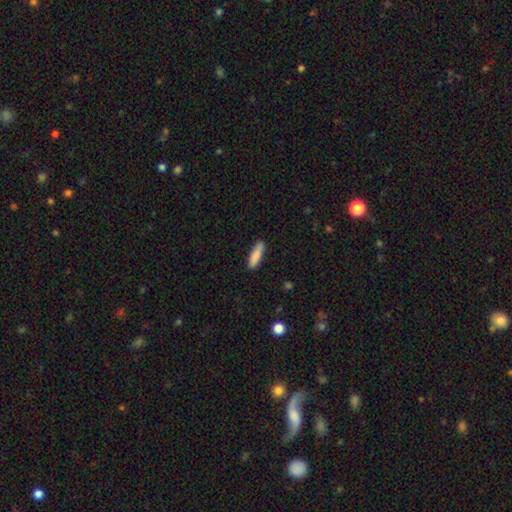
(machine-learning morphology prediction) Smooth or featured?
  - smooth: 86% *
  - featured or disk: 8%
  - star or artifact: 6%
How rounded?
  - cigar-shaped: 69% *
  - in between: 30%
  - round: 2%
Merging?
  - none: 84% *
  - minor disturbance: 12%
  - major disturbance: 2%
  - merger: 2%